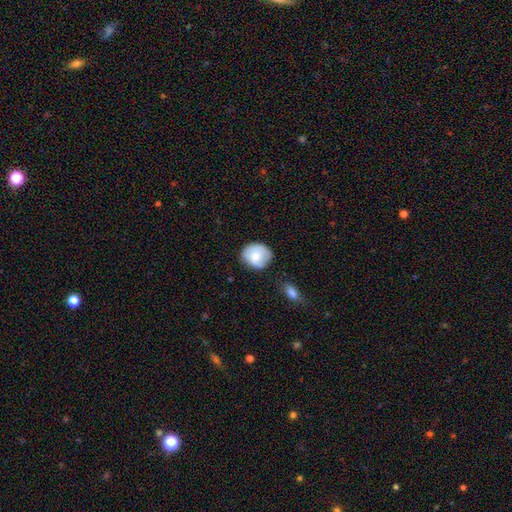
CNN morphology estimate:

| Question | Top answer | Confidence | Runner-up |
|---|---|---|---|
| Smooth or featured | smooth | 75% | featured or disk (18%) |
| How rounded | round | 67% | in between (32%) |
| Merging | none | 67% | minor disturbance (25%) |